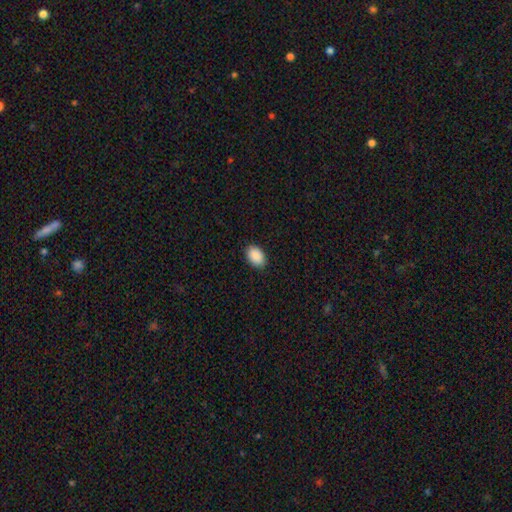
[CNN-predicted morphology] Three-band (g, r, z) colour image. It shows a smooth galaxy with no disk features (91%) that is in between round and cigar-shaped (88%). Merging: none (90%).